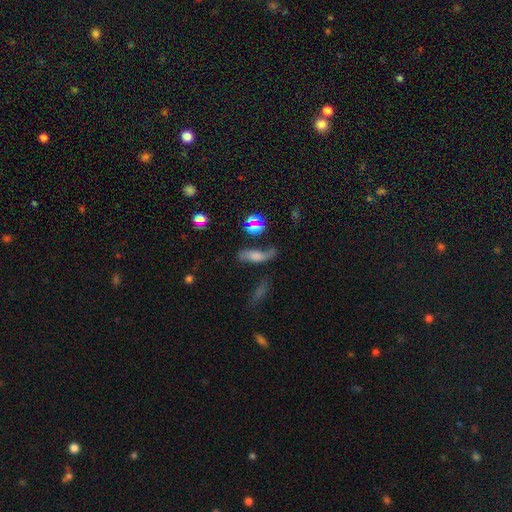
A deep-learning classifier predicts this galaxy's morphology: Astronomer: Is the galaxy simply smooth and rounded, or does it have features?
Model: smooth — 48% (runner-up: featured or disk, 35%).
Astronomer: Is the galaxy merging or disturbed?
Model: none — 43% (runner-up: minor disturbance, 24%).